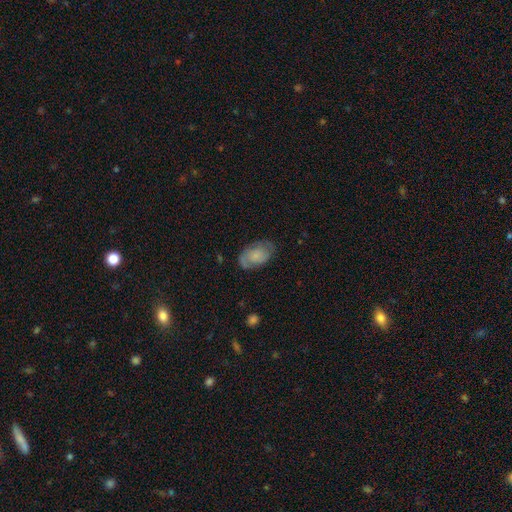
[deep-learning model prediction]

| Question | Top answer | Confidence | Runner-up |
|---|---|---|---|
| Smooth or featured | smooth | 54% | featured or disk (39%) |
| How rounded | in between | 90% | round (8%) |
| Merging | none | 67% | minor disturbance (23%) |